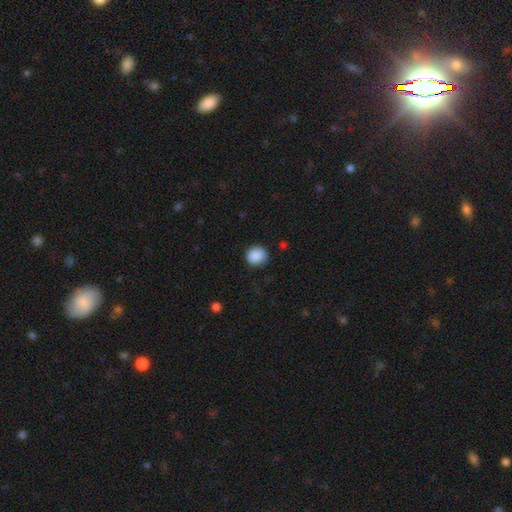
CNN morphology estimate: smooth 89%, star or artifact 8%, featured or disk 3%. Down the decision tree: how rounded — round (86%); merging — none (85%).